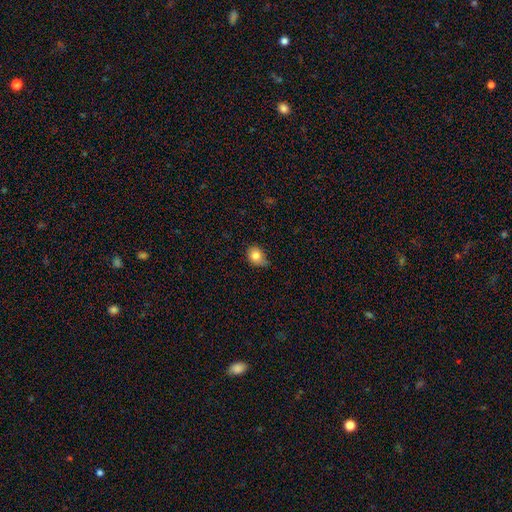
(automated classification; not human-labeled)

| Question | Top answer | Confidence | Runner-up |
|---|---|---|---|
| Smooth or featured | smooth | 82% | star or artifact (10%) |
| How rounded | round | 57% | in between (42%) |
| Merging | none | 52% | minor disturbance (39%) |